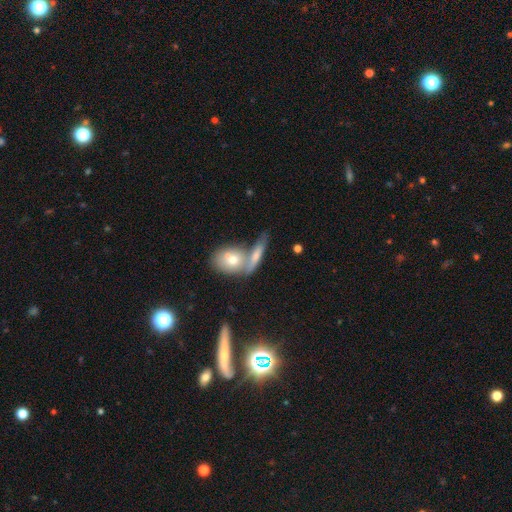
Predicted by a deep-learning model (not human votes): A smooth galaxy with no disk features (62%) that is cigar-shaped (44%, tied with in between).

Vote fractions:
- Smooth or featured? smooth: 62% / featured or disk: 31% / star or artifact: 7%
- How rounded? cigar-shaped: 44% (tied) / in between: 44% (tied) / round: 12%
- Merging? merger: 48% / none: 35% / minor disturbance: 11% / major disturbance: 6%